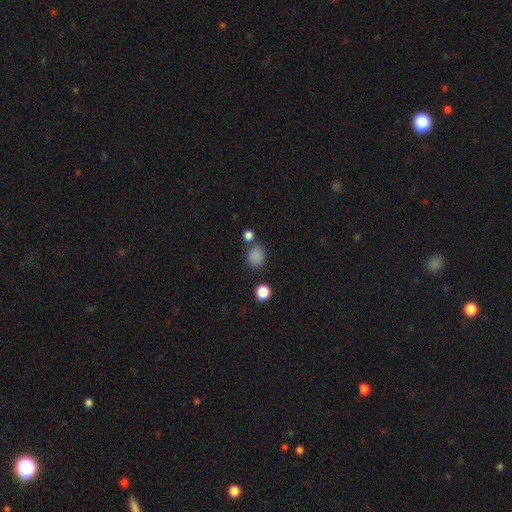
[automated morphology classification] This appears to be a smooth galaxy with no disk features (83%) that is round (62%). Merging: none (71%).